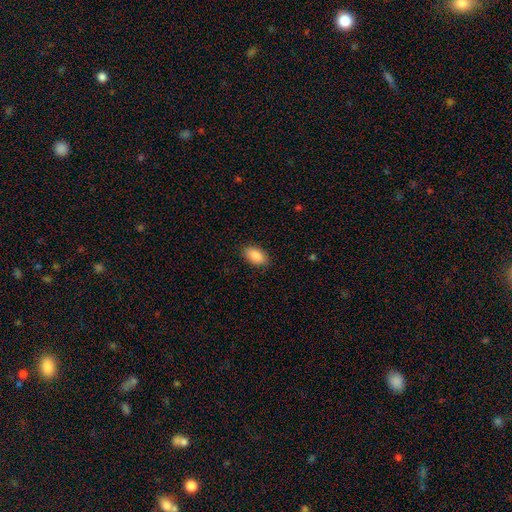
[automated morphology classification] type=smooth (89%); roundness=in between (93%); merging=none (88%).